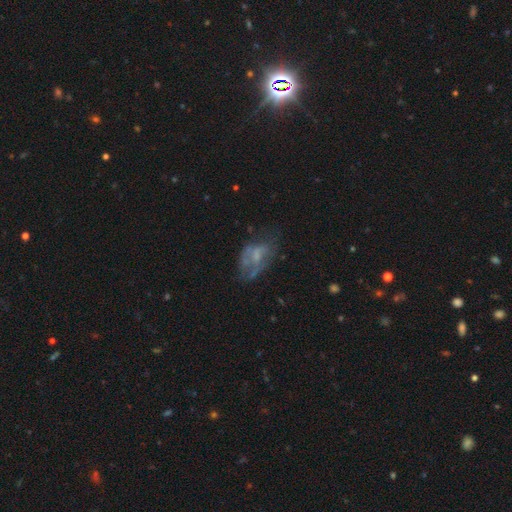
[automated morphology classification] Q: Smooth or featured?
A: featured or disk (53%); runner-up: smooth (34%)
Q: Edge-on disk?
A: no (96%); runner-up: yes (4%)
Q: Bar?
A: no (71%); runner-up: weak (24%)
Q: Spiral arms?
A: no (67%); runner-up: yes (33%)
Q: Bulge size?
A: none (40%); runner-up: small (34%)
Q: Merging?
A: none (38%); runner-up: major disturbance (32%)